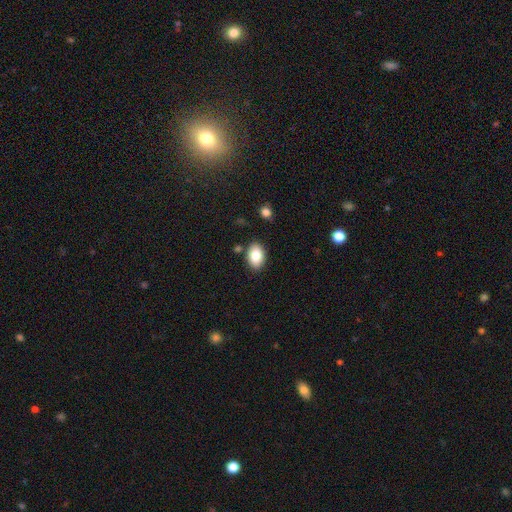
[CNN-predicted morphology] Smooth or featured: smooth — 84% (featured or disk — 8%)
How rounded: in between — 85% (round — 14%)
Merging: none — 83% (minor disturbance — 11%)